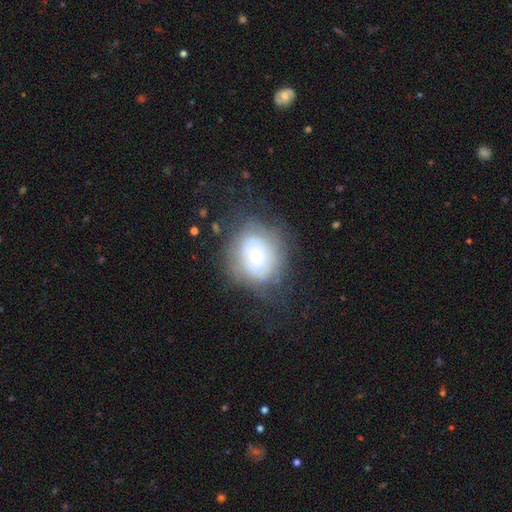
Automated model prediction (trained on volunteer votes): Smooth or featured? smooth (46%)
Merging? none (62%)